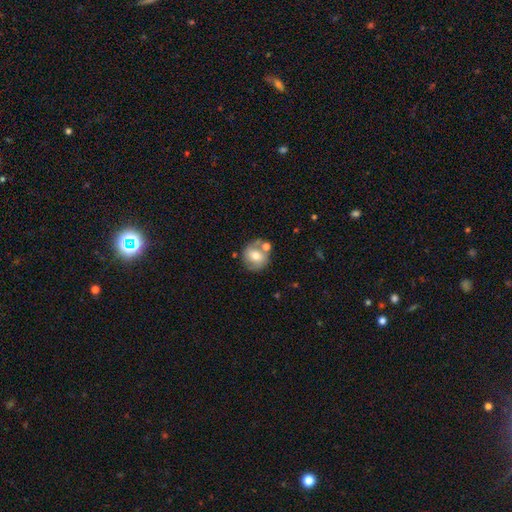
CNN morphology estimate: This is possibly a smooth galaxy (59%). How rounded: clearly round (85%). Merging: likely none (63%).